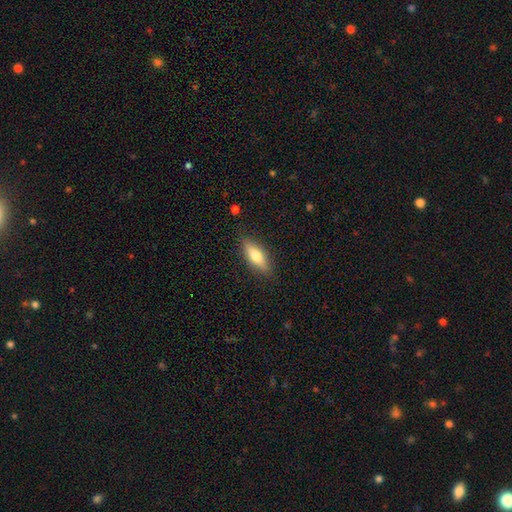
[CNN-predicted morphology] smooth_or_featured: smooth (p=0.61) [alt: featured or disk p=0.33]
how_rounded: in between (p=0.58) [alt: cigar-shaped p=0.39]
merging: none (p=0.86) [alt: minor disturbance p=0.11]